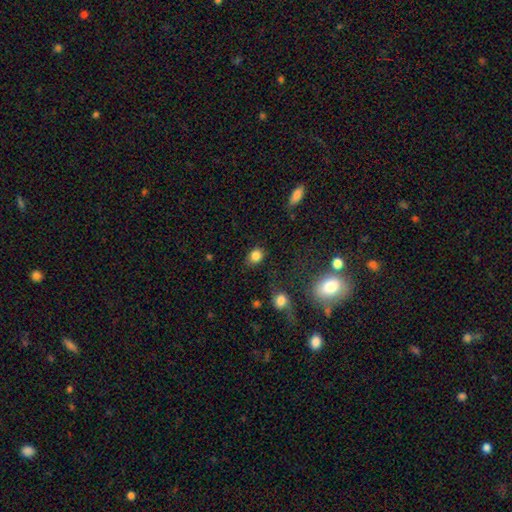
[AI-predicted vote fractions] Overall: smooth (84%). How rounded: round (51%; in between 48%). Merging: none (80%).